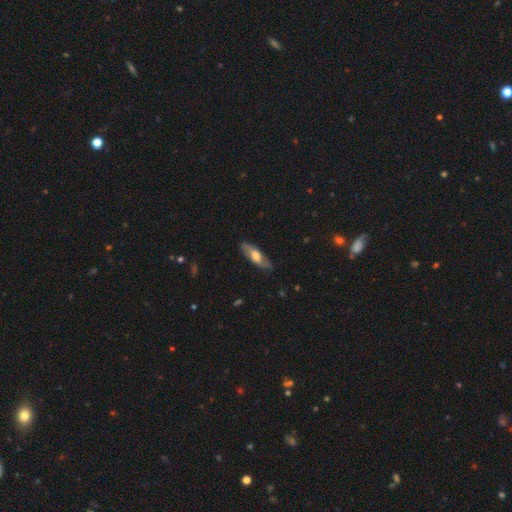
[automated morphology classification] A featured or disk galaxy (49%).

Vote fractions:
- Smooth or featured? featured or disk: 49% / smooth: 46% / star or artifact: 6%
- Merging? none: 83% / minor disturbance: 13% / major disturbance: 3% / merger: 1%